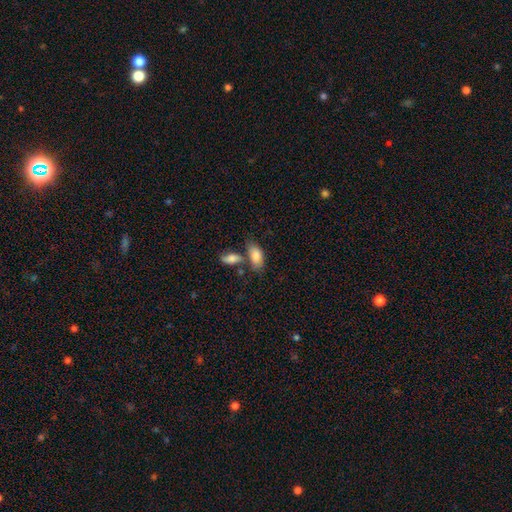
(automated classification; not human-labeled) Smooth or featured? Predicted: smooth (p=0.84). How rounded? Predicted: in between (p=0.90). Merging? Predicted: none (p=0.50).